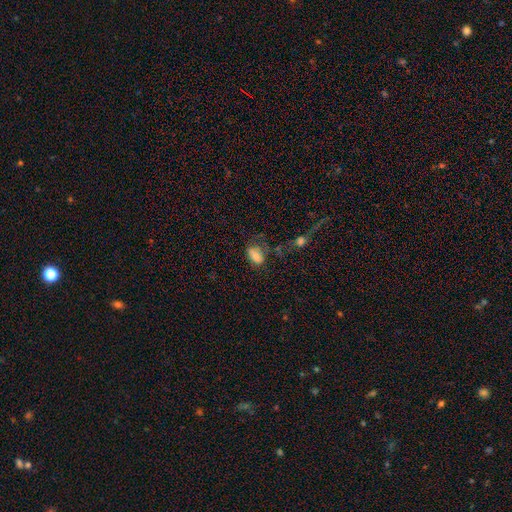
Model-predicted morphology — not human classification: smooth 72%, featured or disk 16%, star or artifact 12%. Down the decision tree: how rounded — in between (83%); merging — none (46%).